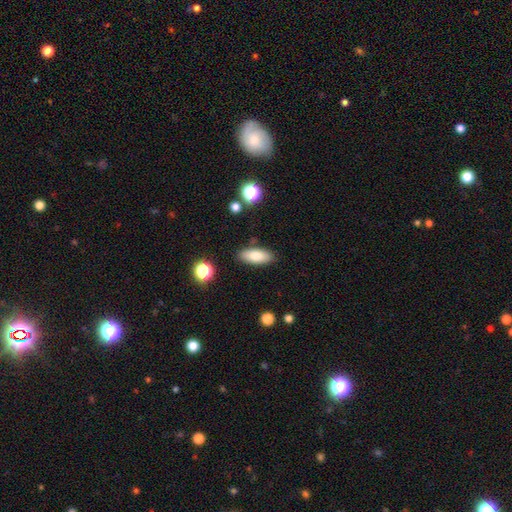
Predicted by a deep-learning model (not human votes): Overall: smooth (79%). How rounded: in between (79%). Merging: none (86%).